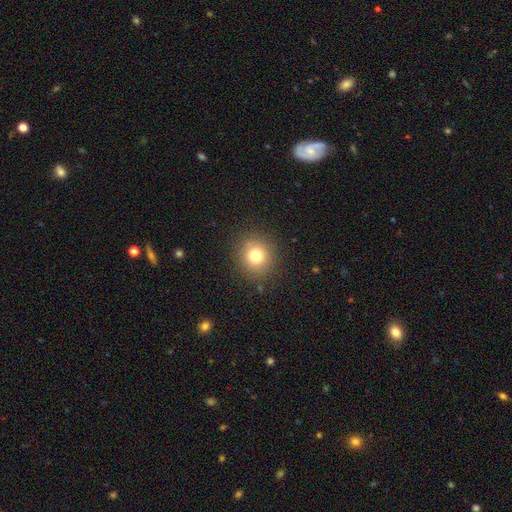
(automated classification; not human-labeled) The model was most divided on "smooth or featured": smooth: 78%, star or artifact: 12%, featured or disk: 9%. More confident: how rounded — round (88%); merging — none (88%).